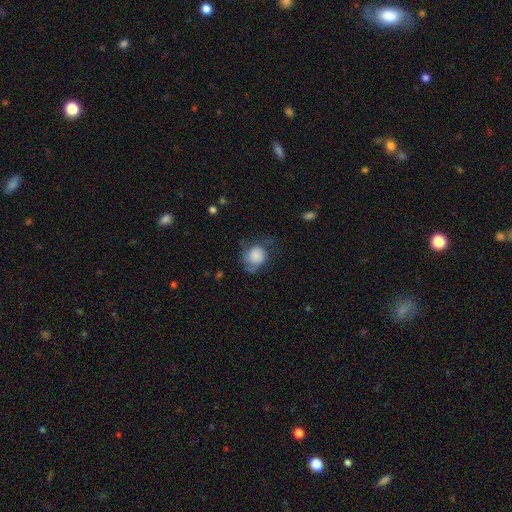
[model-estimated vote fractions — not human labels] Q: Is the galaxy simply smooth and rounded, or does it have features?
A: featured or disk — 46%.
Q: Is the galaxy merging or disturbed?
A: none — 50%.